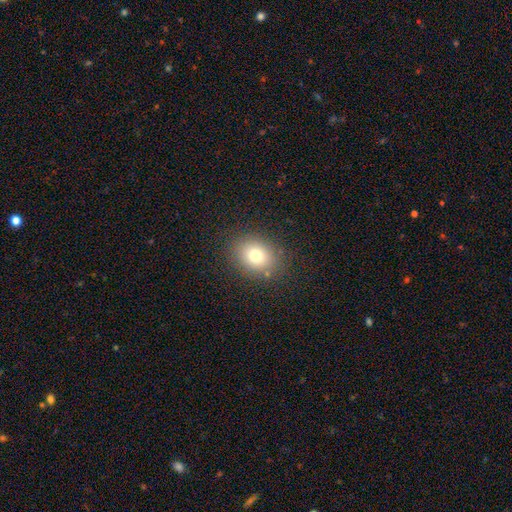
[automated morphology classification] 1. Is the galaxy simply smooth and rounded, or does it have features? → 76% smooth, 13% star or artifact, 11% featured or disk.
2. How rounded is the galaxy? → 51% round, 49% in between, 1% cigar-shaped.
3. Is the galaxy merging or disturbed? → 85% none, 9% minor disturbance, 4% major disturbance, 2% merger.